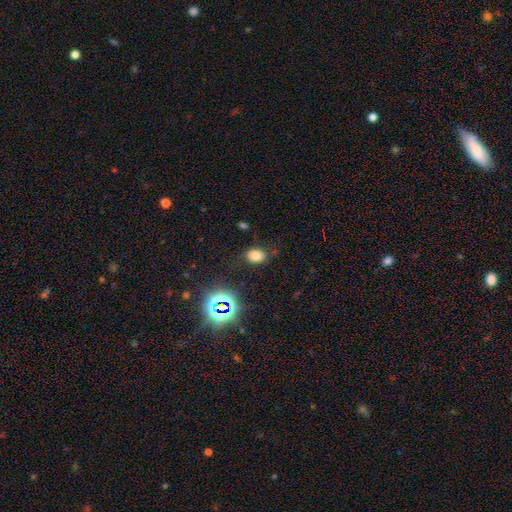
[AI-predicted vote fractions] Overall: smooth (71%). How rounded: in between (76%). Merging: none (81%).